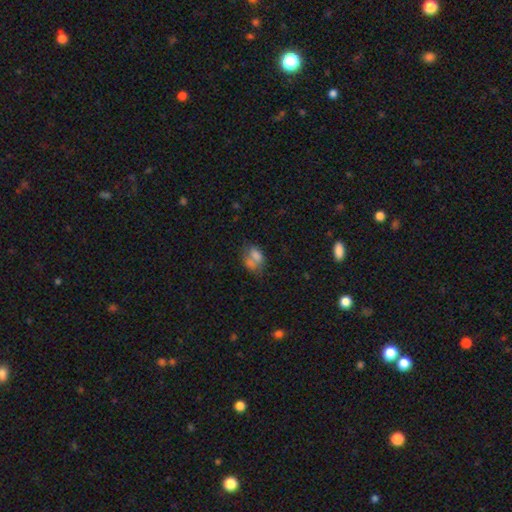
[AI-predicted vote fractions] This is likely a smooth galaxy (65%). How rounded: likely in between (76%). Merging: marginally merger (38%).